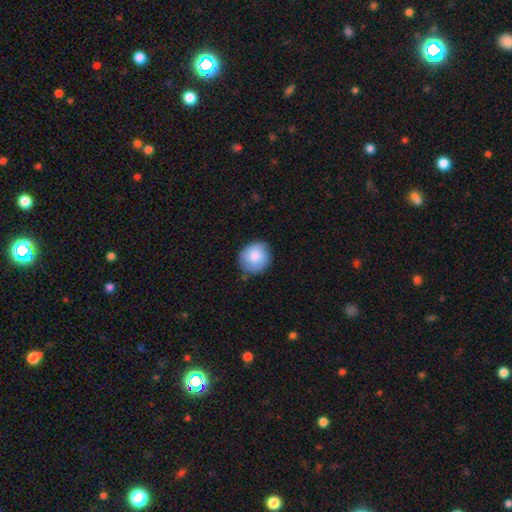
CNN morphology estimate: type=smooth (75%); roundness=round (81%); merging=none (74%).